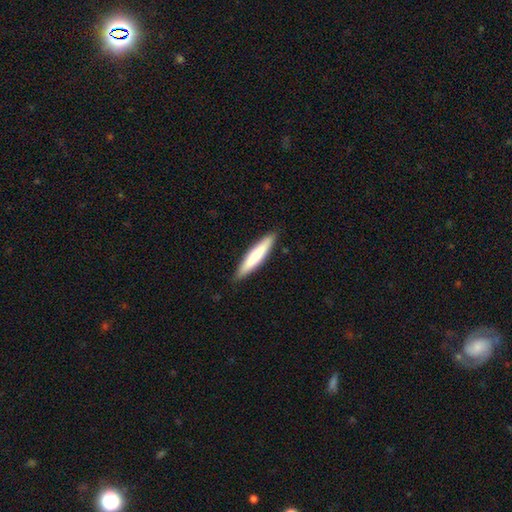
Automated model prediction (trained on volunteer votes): Smooth or featured? smooth (72%)
How rounded? cigar-shaped (89%)
Merging? none (89%)